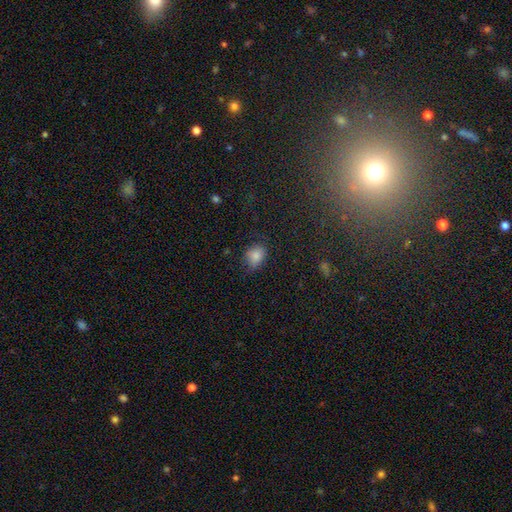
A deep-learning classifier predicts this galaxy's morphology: Smooth or featured?
  - smooth: 83% *
  - star or artifact: 11%
  - featured or disk: 6%
How rounded?
  - in between: 58% *
  - round: 41%
  - cigar-shaped: 1%
Merging?
  - none: 66% *
  - minor disturbance: 26%
  - major disturbance: 6%
  - merger: 2%